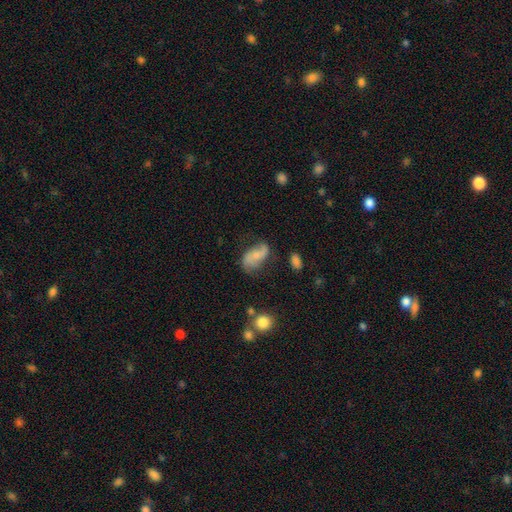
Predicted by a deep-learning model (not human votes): The model was most divided on "bulge size": small: 46%, none: 28%, moderate: 21%, large: 3%, dominant: 1%. More confident: edge-on disk — no (96%); spiral arms — yes (87%); bar — no (56%); smooth or featured — featured or disk (55%); merging — none (54%).